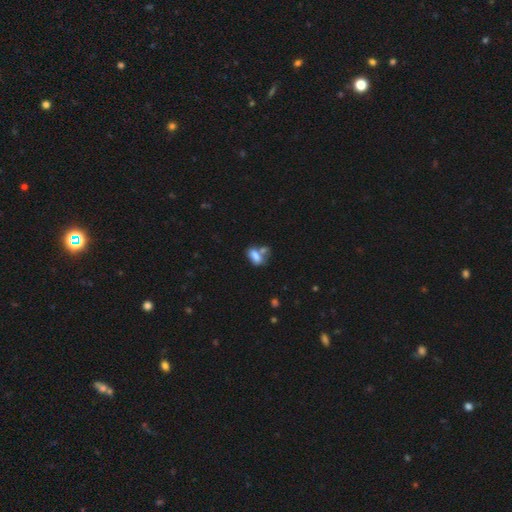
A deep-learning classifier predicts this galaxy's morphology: Smooth or featured? smooth (77%)
How rounded? in between (85%)
Merging? merger (46%)